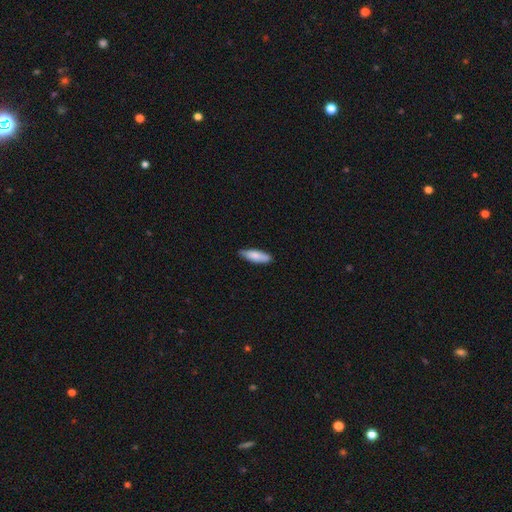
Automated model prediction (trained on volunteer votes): Morphology: type=smooth (81%); roundness=cigar-shaped (50%); merging=none (82%).